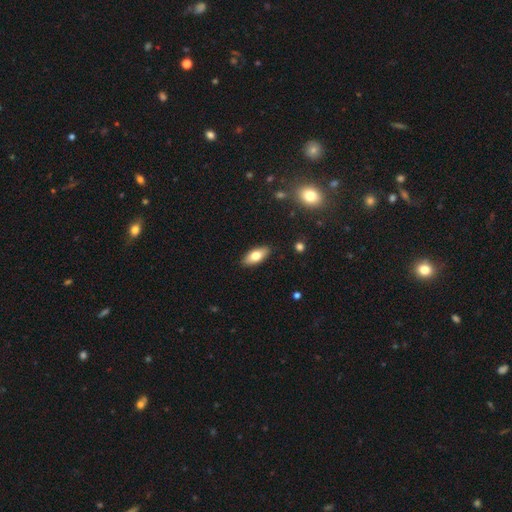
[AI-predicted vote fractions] Smooth or featured: smooth — 73% (featured or disk — 20%)
How rounded: in between — 83% (cigar-shaped — 14%)
Merging: none — 89% (minor disturbance — 8%)